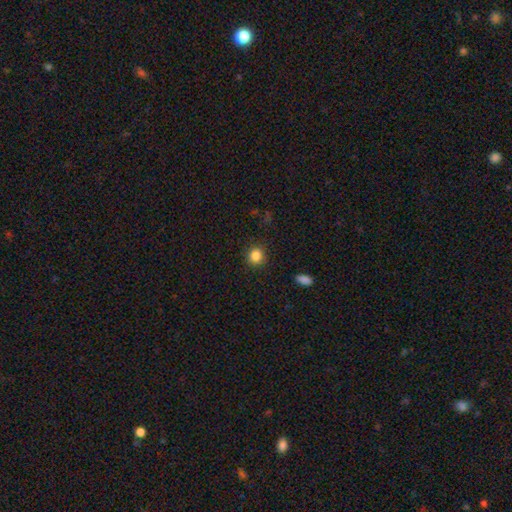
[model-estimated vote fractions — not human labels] Smooth or featured: smooth — 85% (star or artifact — 11%)
How rounded: round — 90% (in between — 9%)
Merging: none — 90% (minor disturbance — 7%)